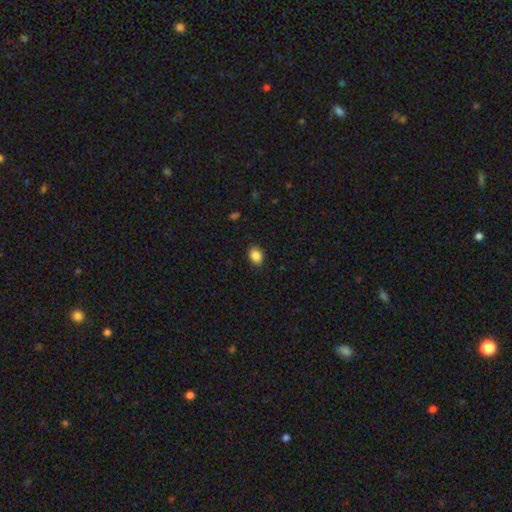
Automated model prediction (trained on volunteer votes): This appears to be a smooth galaxy with no disk features (87%) that is in between round and cigar-shaped (72%). Merging: none (88%).